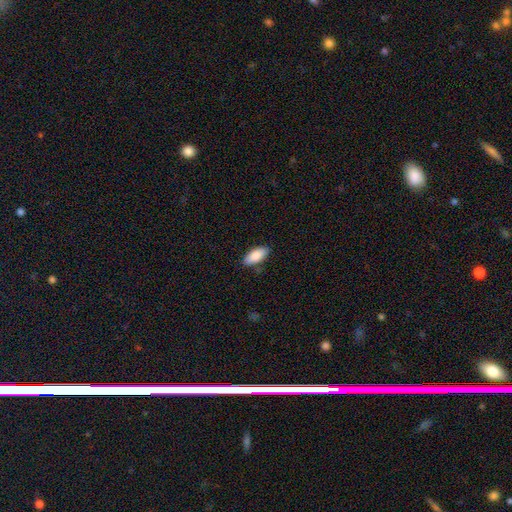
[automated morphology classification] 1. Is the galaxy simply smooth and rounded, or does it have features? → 86% smooth, 8% featured or disk, 6% star or artifact.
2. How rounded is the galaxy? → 86% in between, 12% cigar-shaped, 2% round.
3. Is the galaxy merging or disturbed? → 86% none, 10% minor disturbance, 2% major disturbance, 1% merger.